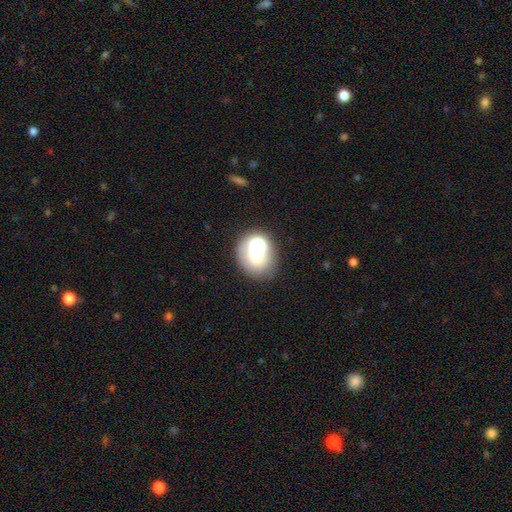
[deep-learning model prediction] Smooth or featured?
  - smooth: 55% *
  - featured or disk: 25%
  - star or artifact: 20%
How rounded?
  - round: 60% *
  - in between: 39%
  - cigar-shaped: 1%
Merging?
  - none: 48% *
  - merger: 24%
  - minor disturbance: 16%
  - major disturbance: 12%